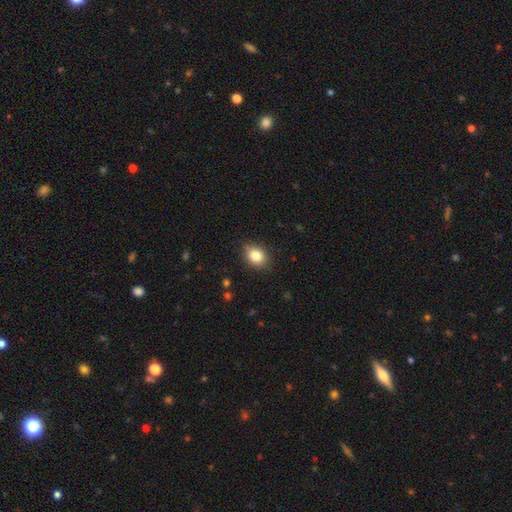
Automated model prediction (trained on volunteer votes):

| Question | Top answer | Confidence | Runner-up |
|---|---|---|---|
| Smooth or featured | smooth | 82% | star or artifact (9%) |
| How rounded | in between | 62% | round (37%) |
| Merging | none | 83% | minor disturbance (14%) |